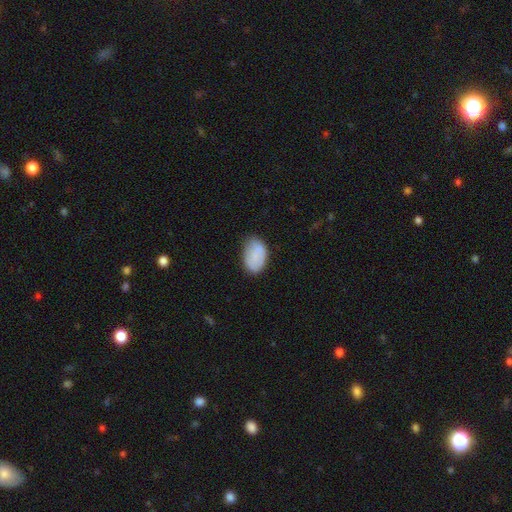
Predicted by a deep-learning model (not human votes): A smooth galaxy with no disk features (78%) that is in between round and cigar-shaped (91%).

Vote fractions:
- Smooth or featured? smooth: 78% / featured or disk: 15% / star or artifact: 7%
- How rounded? in between: 91% / round: 8% / cigar-shaped: 1%
- Merging? none: 68% / minor disturbance: 26% / major disturbance: 6% / merger: 1%